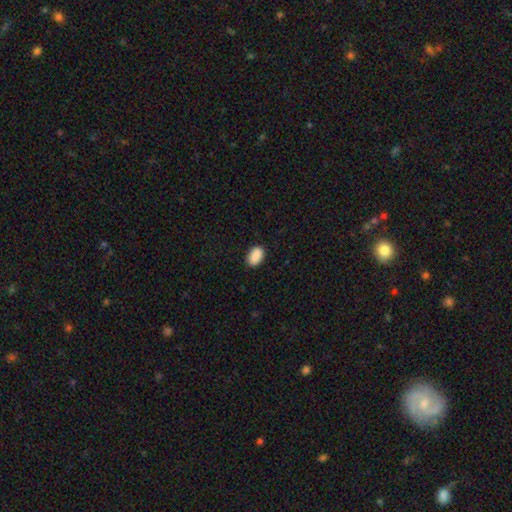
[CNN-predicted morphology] smooth 90%, star or artifact 7%, featured or disk 3%. Down the decision tree: how rounded — in between (88%); merging — none (88%).